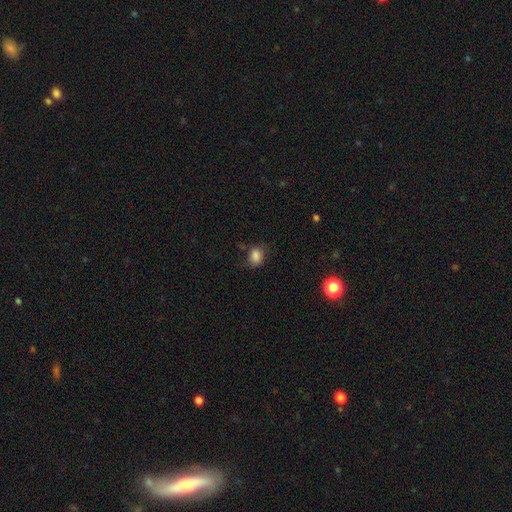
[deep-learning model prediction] Overall: smooth (83%). How rounded: in between (58%; round 40%). Merging: none (68%).